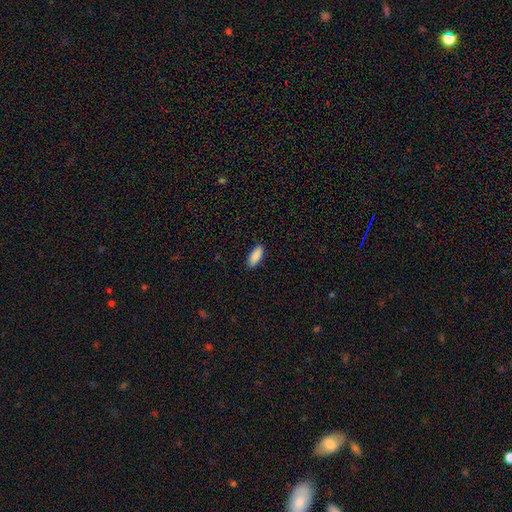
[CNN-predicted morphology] Smooth or featured: smooth — 90% (star or artifact — 6%)
How rounded: in between — 84% (cigar-shaped — 15%)
Merging: none — 89% (minor disturbance — 8%)